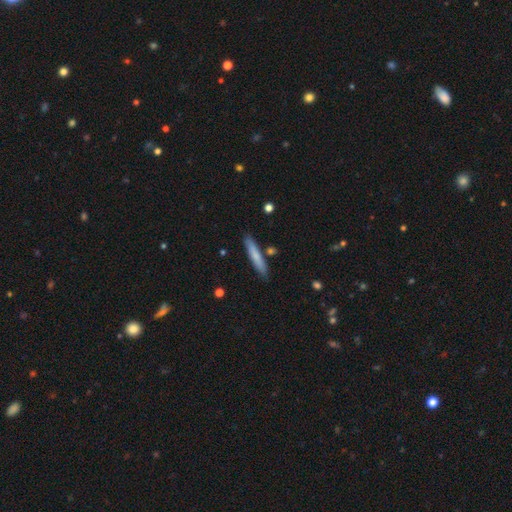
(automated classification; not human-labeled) This is likely a smooth galaxy (75%). How rounded: clearly cigar-shaped (92%). Merging: clearly none (84%).